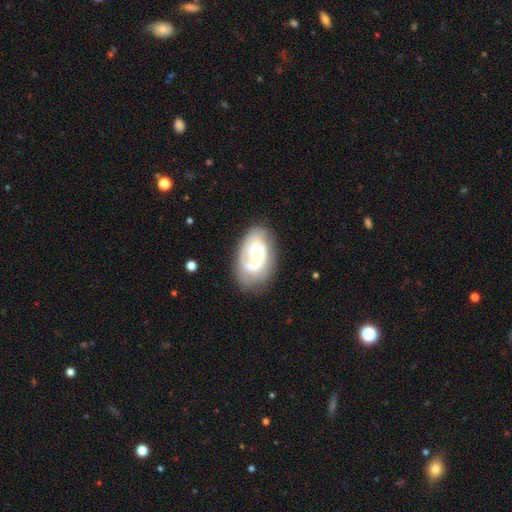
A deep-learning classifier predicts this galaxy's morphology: type=featured or disk (71%); edge-on=no (97%); bar=no (71%); spiral arms=yes (83%); winding=tight (59%); arm count=2 (31%); bulge=small (60%); merging=none (67%).